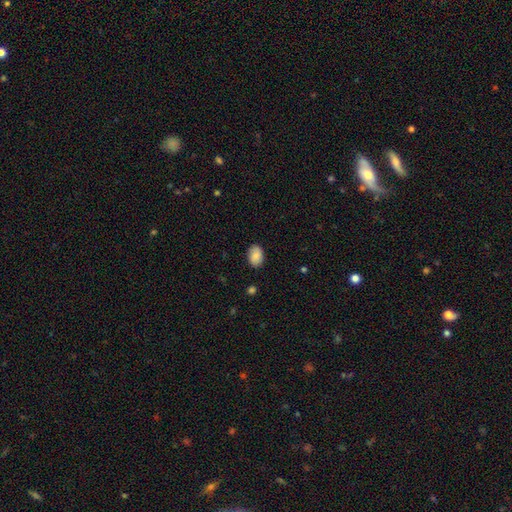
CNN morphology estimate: smooth 85%, featured or disk 8%, star or artifact 7%. Down the decision tree: how rounded — in between (84%); merging — none (86%).